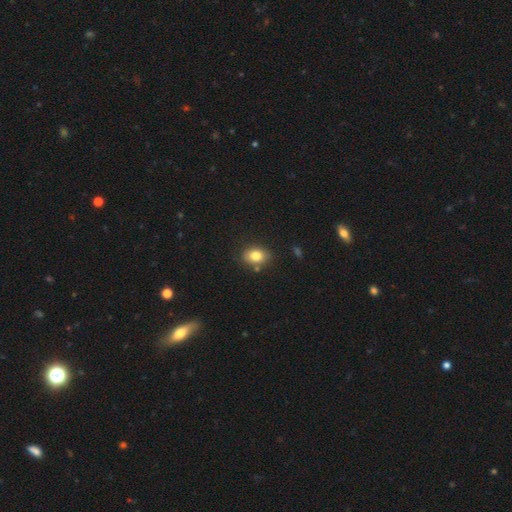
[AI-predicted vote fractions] Smooth or featured?
  - smooth: 82% *
  - star or artifact: 10%
  - featured or disk: 9%
How rounded?
  - in between: 68% *
  - round: 31%
  - cigar-shaped: 1%
Merging?
  - none: 81% *
  - minor disturbance: 12%
  - merger: 5%
  - major disturbance: 3%